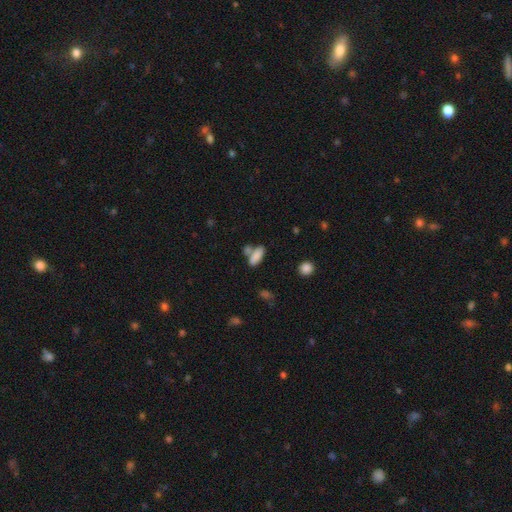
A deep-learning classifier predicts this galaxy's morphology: Smooth or featured?
  - smooth: 83% *
  - featured or disk: 9%
  - star or artifact: 8%
How rounded?
  - in between: 75% *
  - cigar-shaped: 22%
  - round: 3%
Merging?
  - none: 45% *
  - merger: 38%
  - minor disturbance: 12%
  - major disturbance: 5%